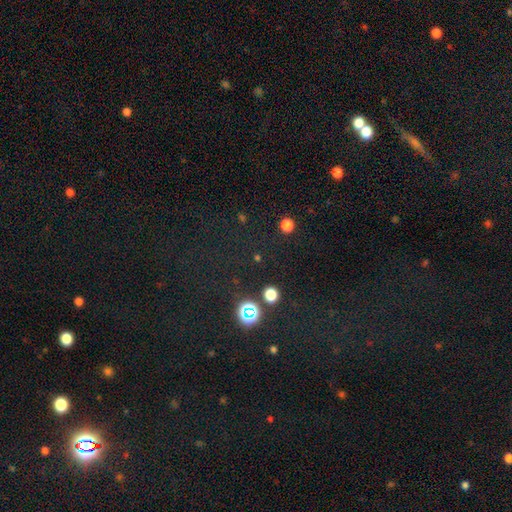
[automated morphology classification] Q: Smooth or featured?
A: star or artifact (63%); runner-up: smooth (28%)